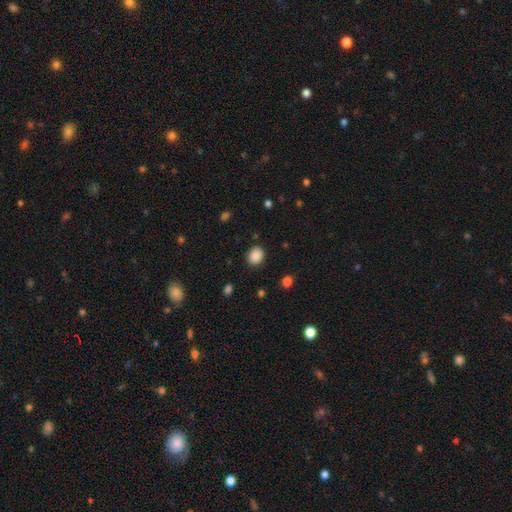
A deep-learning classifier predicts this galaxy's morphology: A smooth galaxy with no disk features (88%) that is round (63%).

Vote fractions:
- Smooth or featured? smooth: 88% / star or artifact: 9% / featured or disk: 3%
- How rounded? round: 63% / in between: 36% / cigar-shaped: 1%
- Merging? none: 87% / minor disturbance: 9% / major disturbance: 3% / merger: 1%